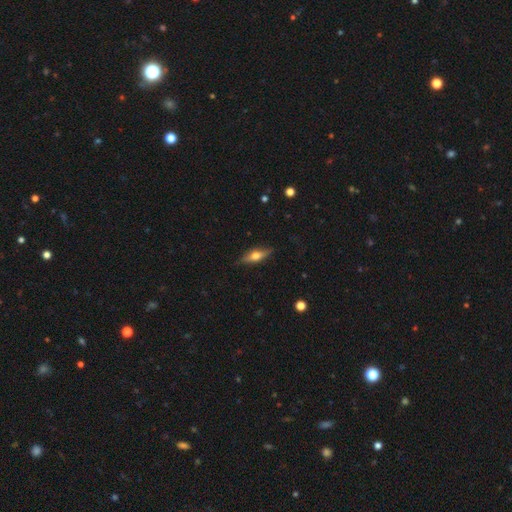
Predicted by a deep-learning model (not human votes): smooth-or-featured: featured or disk: 50% | smooth: 43% | star or artifact: 7%
  disk-edge-on: yes: 90% | no: 10%
  merging: none: 85% | minor disturbance: 12% | major disturbance: 2% | merger: 1%